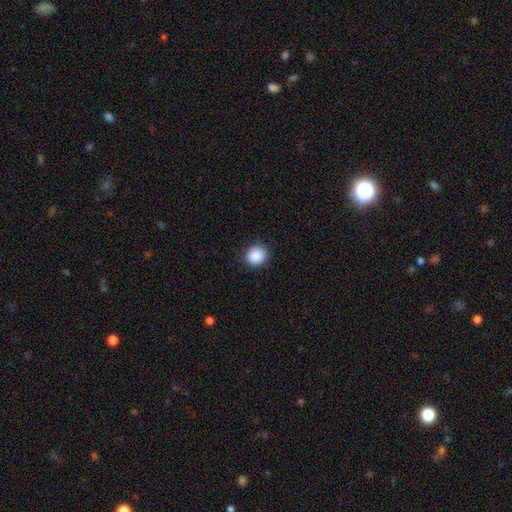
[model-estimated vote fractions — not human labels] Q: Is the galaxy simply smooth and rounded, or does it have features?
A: smooth — 89%.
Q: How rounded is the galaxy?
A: round — 89%.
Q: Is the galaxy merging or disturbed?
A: none — 91%.